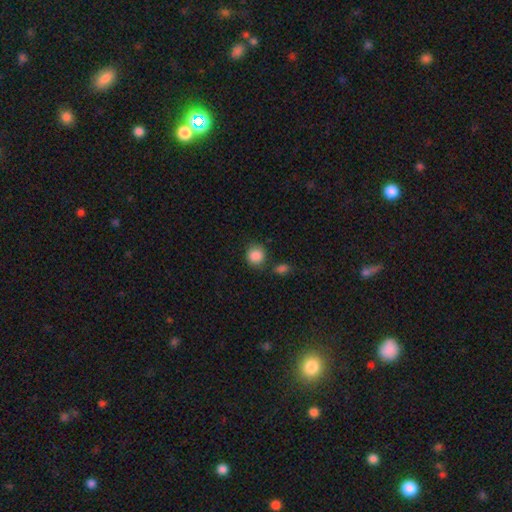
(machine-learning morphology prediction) A smooth galaxy with no disk features (88%) that is round (85%).

Vote fractions:
- Smooth or featured? smooth: 88% / star or artifact: 9% / featured or disk: 3%
- How rounded? round: 85% / in between: 14% / cigar-shaped: 1%
- Merging? none: 73% / minor disturbance: 13% / merger: 9% / major disturbance: 4%